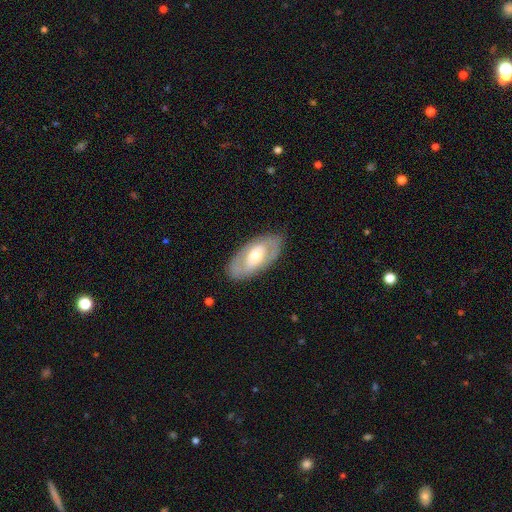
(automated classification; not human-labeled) smooth-or-featured: featured or disk: 60% | smooth: 34% | star or artifact: 5%
  disk-edge-on: no: 89% | yes: 11%
    bar: no: 49% | weak: 33% | strong: 18%
    has-spiral-arms: no: 57% | yes: 43%
    bulge-size: moderate: 65% | small: 23% | large: 9% | dominant: 1% | none: 1%
  merging: none: 83% | minor disturbance: 12% | major disturbance: 4% | merger: 1%